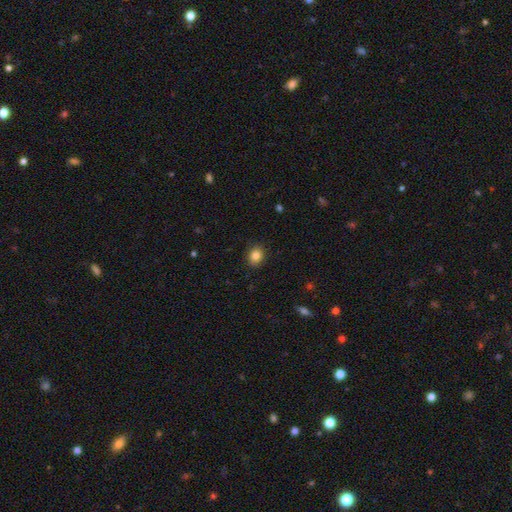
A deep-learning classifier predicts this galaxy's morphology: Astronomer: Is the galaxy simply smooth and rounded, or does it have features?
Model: smooth — 84%.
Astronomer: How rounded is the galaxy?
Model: round — 53% (runner-up: in between, 46%).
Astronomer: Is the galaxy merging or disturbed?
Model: none — 89%.